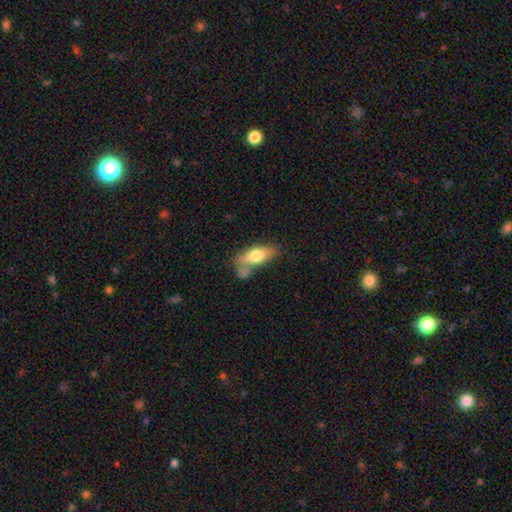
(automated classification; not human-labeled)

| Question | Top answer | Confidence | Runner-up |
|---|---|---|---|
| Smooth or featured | smooth | 70% | featured or disk (24%) |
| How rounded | in between | 79% | cigar-shaped (17%) |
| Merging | none | 36% | merger (33%) |